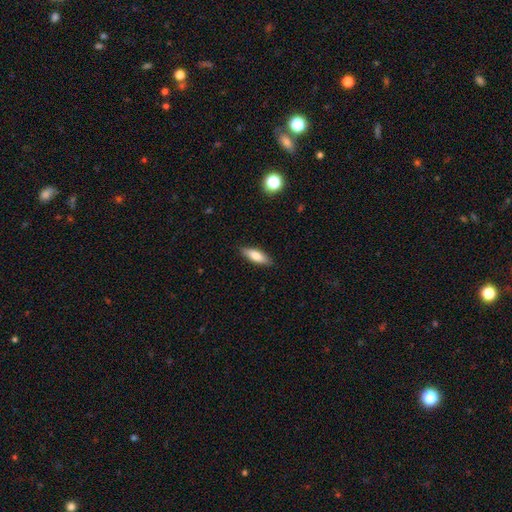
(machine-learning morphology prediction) A smooth galaxy with no disk features (79%) that is in between round and cigar-shaped (58%). Merging: none (86%).